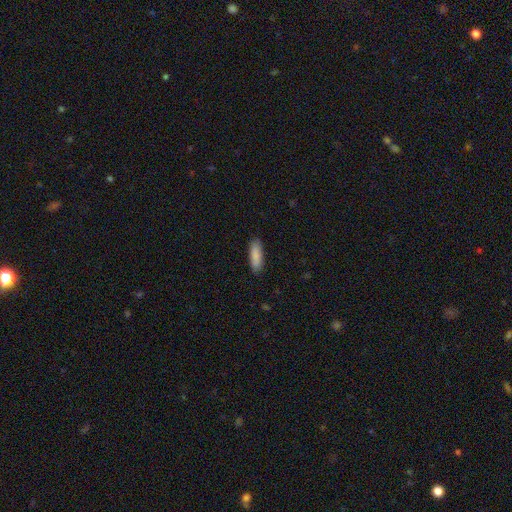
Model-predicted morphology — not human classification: Smooth or featured: smooth — 88% (featured or disk — 6%)
How rounded: cigar-shaped — 54% (in between — 45%)
Merging: none — 89% (minor disturbance — 8%)